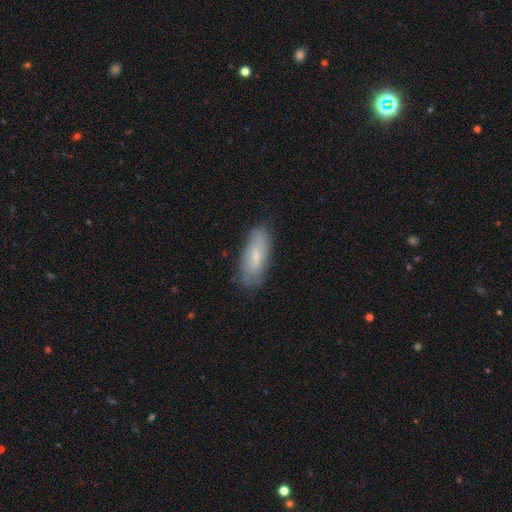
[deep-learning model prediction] Overall: smooth (65%; featured or disk 28%). How rounded: in between (73%). Merging: none (79%).